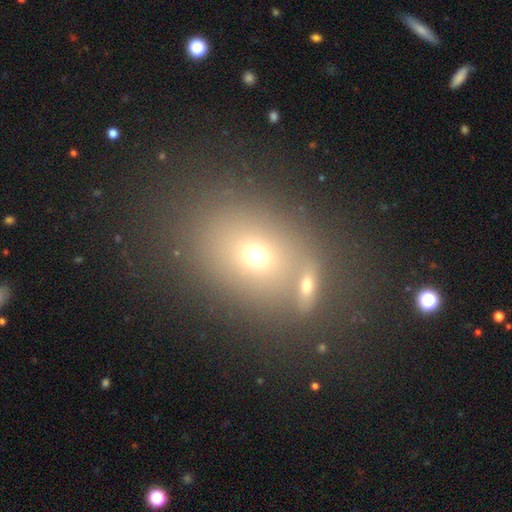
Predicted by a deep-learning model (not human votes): Smooth or featured?
  - smooth: 62% *
  - star or artifact: 21%
  - featured or disk: 17%
How rounded?
  - in between: 54% *
  - round: 45%
  - cigar-shaped: 2%
Merging?
  - none: 56% *
  - merger: 27%
  - minor disturbance: 11%
  - major disturbance: 6%